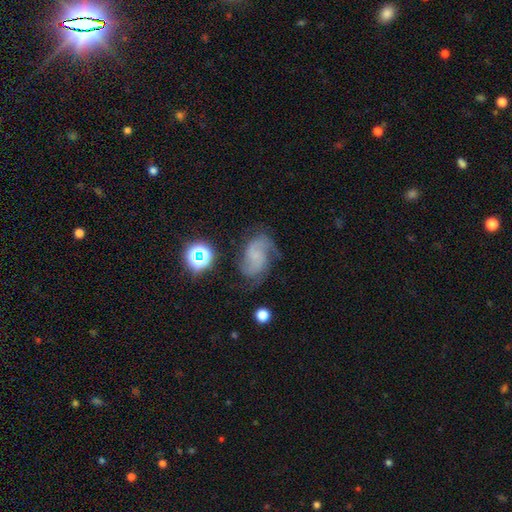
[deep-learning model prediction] Morphology: type=featured or disk (73%); edge-on=no (98%); bar=no (60%); spiral arms=yes (95%); winding=medium (47%); arm count=2 (65%); bulge=small (44%); merging=none (61%).